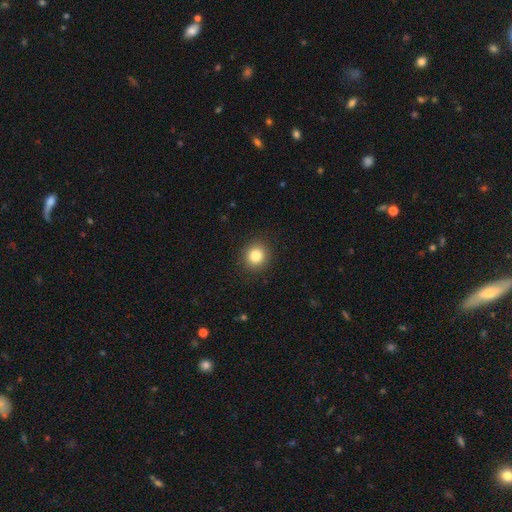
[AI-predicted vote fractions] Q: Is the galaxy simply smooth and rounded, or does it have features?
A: smooth — 83%.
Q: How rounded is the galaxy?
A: round — 88%.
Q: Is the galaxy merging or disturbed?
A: none — 91%.